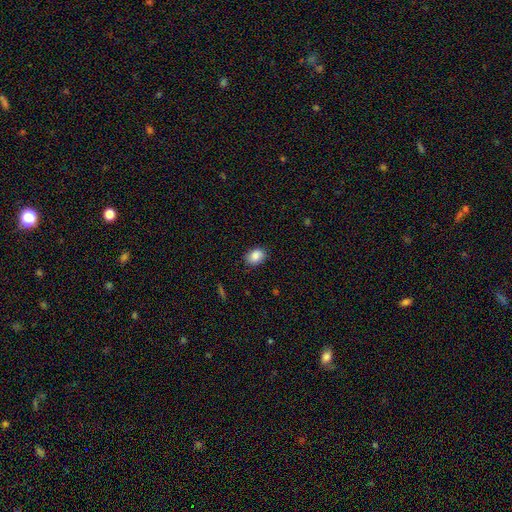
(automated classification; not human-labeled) Smooth or featured? smooth (87%)
How rounded? in between (71%)
Merging? none (84%)